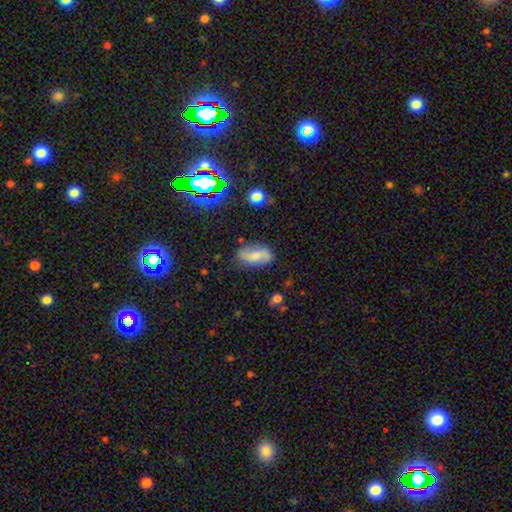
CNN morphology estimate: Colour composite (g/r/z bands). It shows a smooth galaxy with no disk features (54%) that is in between round and cigar-shaped (89%). Merging: none (75%).